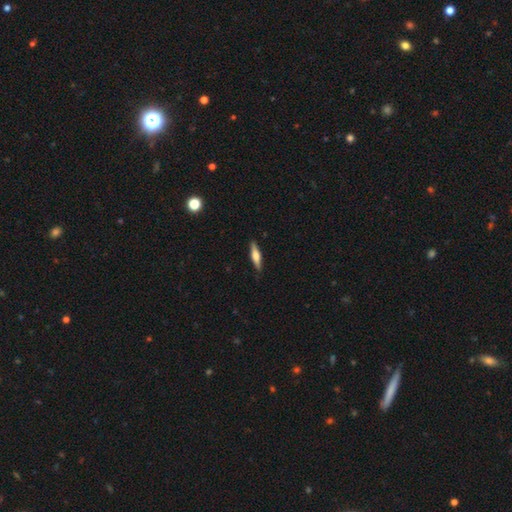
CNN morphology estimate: Overall: featured or disk (48%; smooth 46%). Merging: none (88%).